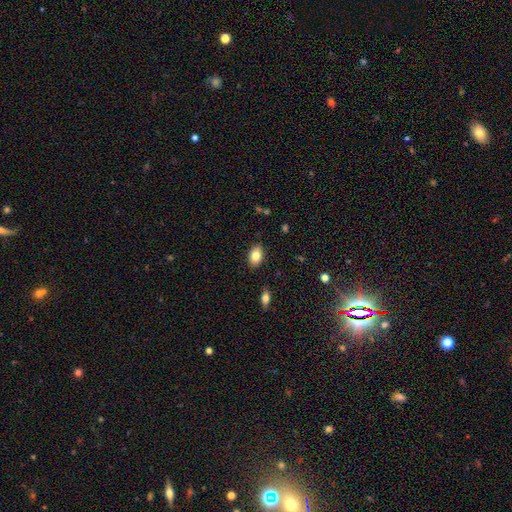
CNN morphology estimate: Overall: smooth (82%). How rounded: in between (88%). Merging: none (87%).